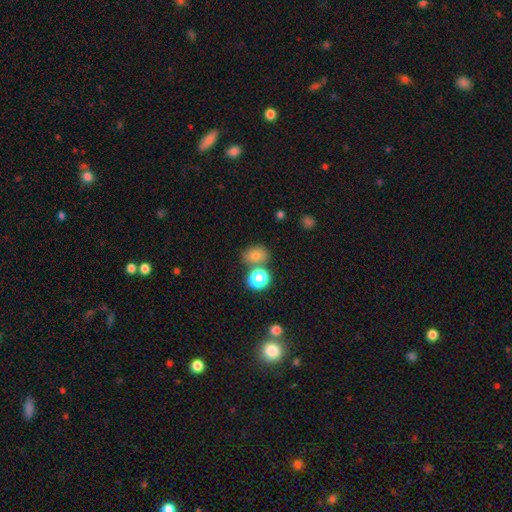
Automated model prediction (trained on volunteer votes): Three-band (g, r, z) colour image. It shows a smooth galaxy with no disk features (74%) that is round (53%). Merging: none (66%).